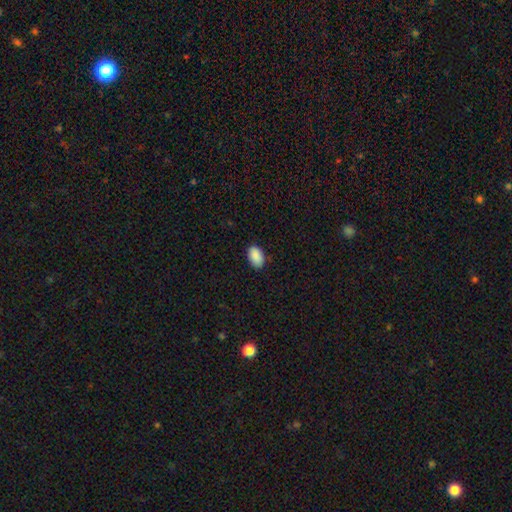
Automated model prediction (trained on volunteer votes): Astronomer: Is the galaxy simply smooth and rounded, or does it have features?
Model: smooth — 90%.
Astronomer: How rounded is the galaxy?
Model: in between — 91%.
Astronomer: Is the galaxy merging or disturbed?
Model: none — 86%.